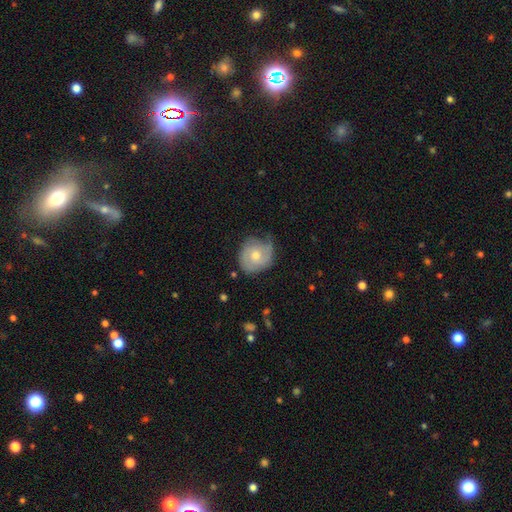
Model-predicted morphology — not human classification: type=smooth (47%); merging=none (58%).